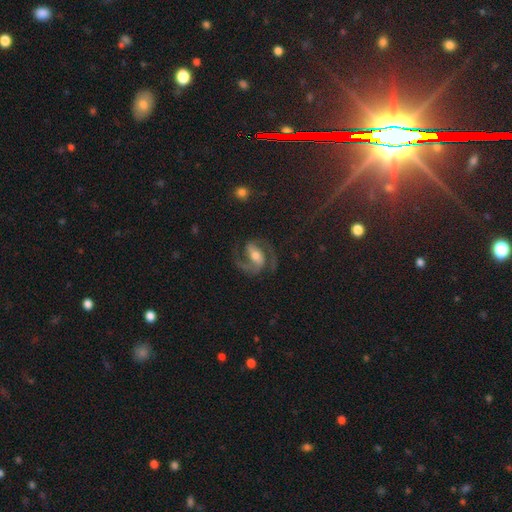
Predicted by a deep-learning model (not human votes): A featured or disk galaxy (84%) with a strong bar (40%), 2 (92%) medium (61%) spiral arms (96%) and a moderate central bulge (64%).

Vote fractions:
- Smooth or featured? featured or disk: 84% / smooth: 9% / star or artifact: 7%
- Edge-on disk? no: 97% / yes: 3%
- Bar? strong: 40% / weak: 36% / no: 24%
- Spiral arms? yes: 96% / no: 4%
- Spiral winding? medium: 61% / loose: 21% / tight: 18%
- Spiral arm count? 2: 92% / 1: 2% / can't tell: 2% / 3: 1% / 4: 1% / more than 4: 1%
- Bulge size? moderate: 64% / small: 23% / large: 10% / none: 2% / dominant: 1%
- Merging? none: 72% / minor disturbance: 14% / major disturbance: 12% / merger: 2%